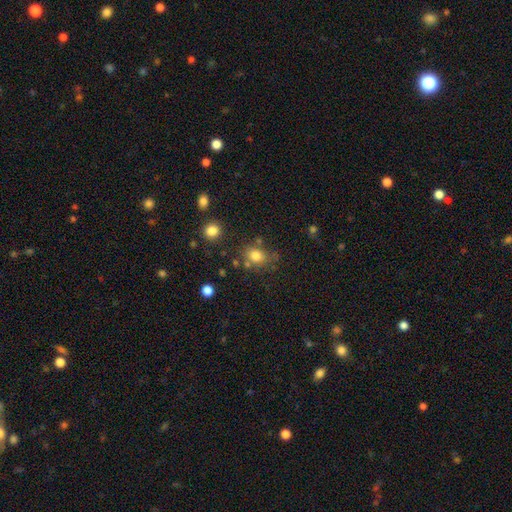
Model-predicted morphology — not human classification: Smooth or featured: smooth — 79% (star or artifact — 12%)
How rounded: round — 52% (in between — 47%)
Merging: none — 66% (minor disturbance — 16%)